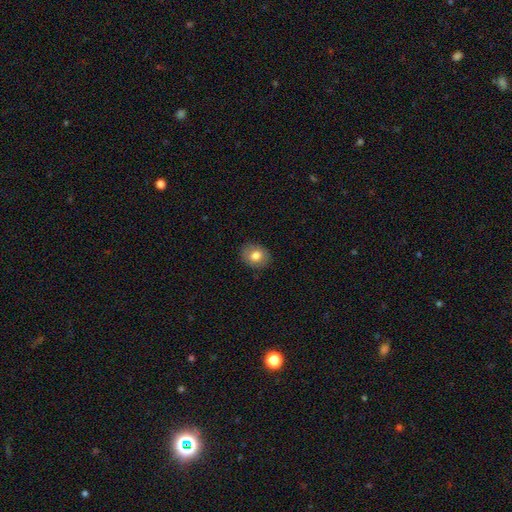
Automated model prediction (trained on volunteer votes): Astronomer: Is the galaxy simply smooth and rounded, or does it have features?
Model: smooth — 78%.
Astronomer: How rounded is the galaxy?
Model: round — 51% (runner-up: in between, 49%).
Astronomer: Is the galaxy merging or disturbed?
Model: none — 87%.